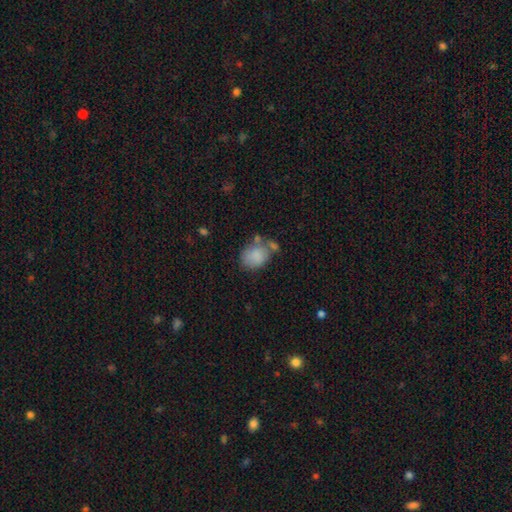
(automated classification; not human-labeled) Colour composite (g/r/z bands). It shows a smooth galaxy with no disk features (81%) that is in between round and cigar-shaped (60%). Merging: none (44%).